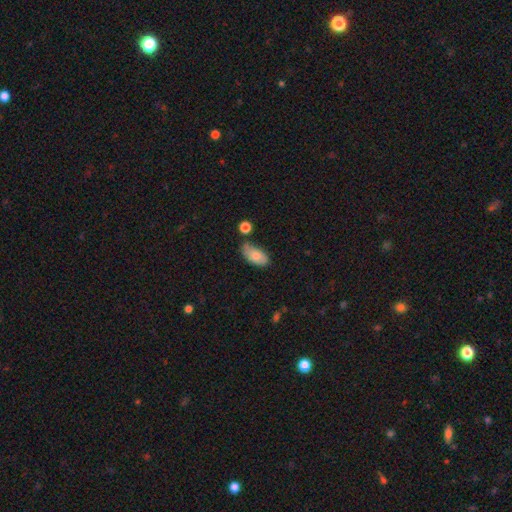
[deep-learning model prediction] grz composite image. It shows a smooth galaxy with no disk features (78%) that is in between round and cigar-shaped (92%). Merging: none (54%).